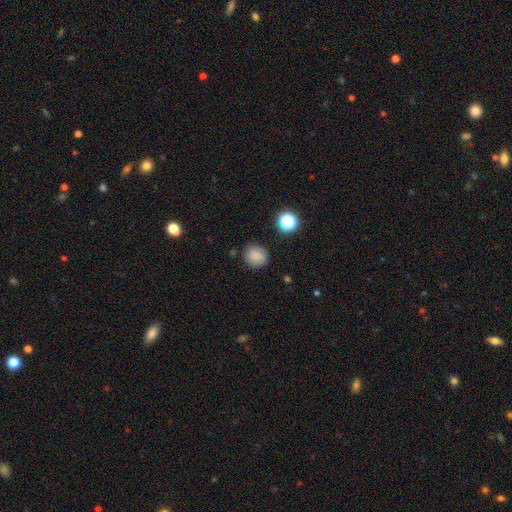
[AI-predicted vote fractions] Smooth or featured: smooth — 81% (star or artifact — 13%)
How rounded: round — 87% (in between — 12%)
Merging: none — 84% (minor disturbance — 11%)